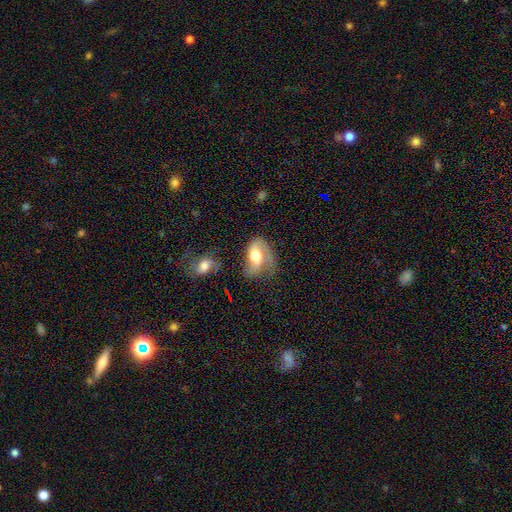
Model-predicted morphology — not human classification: smooth-or-featured: featured or disk: 60% | smooth: 33% | star or artifact: 7%
  disk-edge-on: no: 95% | yes: 5%
    bar: no: 56% | weak: 33% | strong: 11%
    has-spiral-arms: yes: 83% | no: 17%
    bulge-size: moderate: 63% | large: 24% | small: 9% | dominant: 2% | none: 2%
  merging: none: 40% | minor disturbance: 27% | major disturbance: 25% | merger: 8%